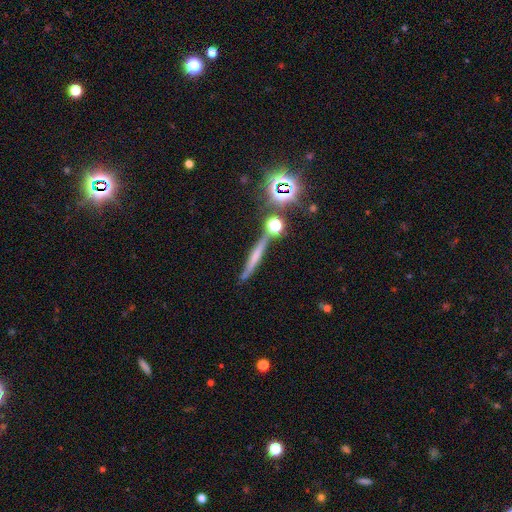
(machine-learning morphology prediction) smooth-or-featured: smooth: 40% | featured or disk: 38% | star or artifact: 22%
  merging: none: 76% | minor disturbance: 11% | merger: 9% | major disturbance: 4%